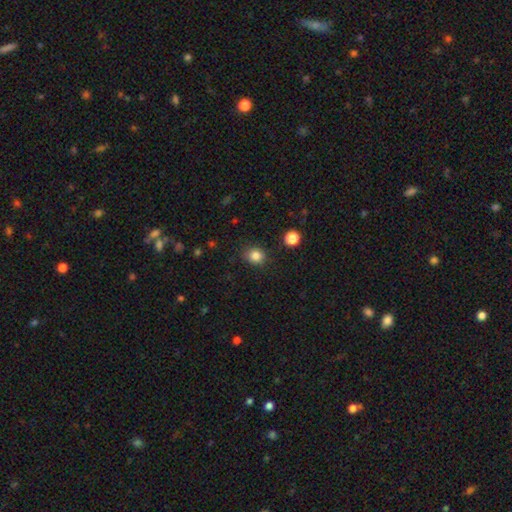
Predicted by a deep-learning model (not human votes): Morphology: type=smooth (84%); roundness=round (75%); merging=none (85%).